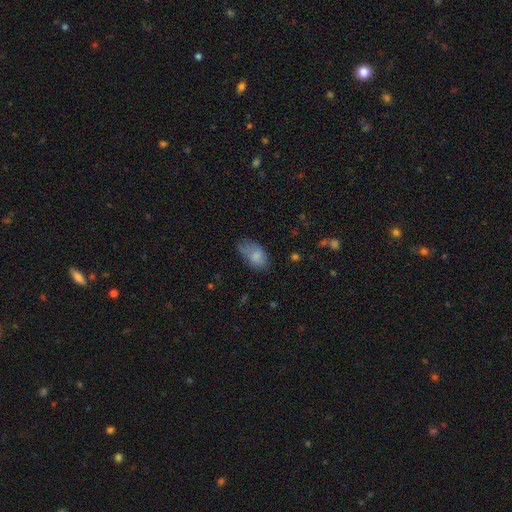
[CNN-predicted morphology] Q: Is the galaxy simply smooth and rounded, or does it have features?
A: smooth — 81%.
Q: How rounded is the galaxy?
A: in between — 91%.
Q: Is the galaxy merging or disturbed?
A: none — 44%.